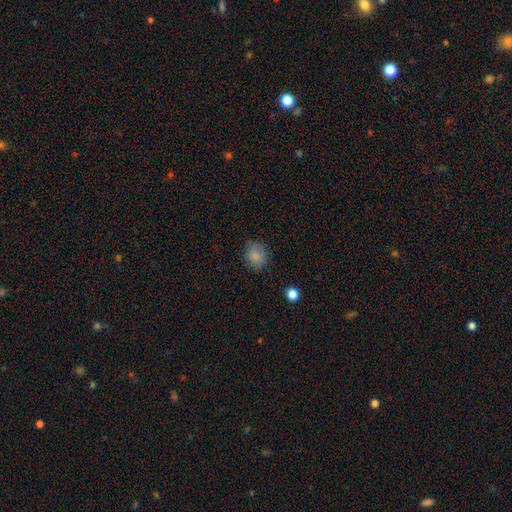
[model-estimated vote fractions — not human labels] Q: Smooth or featured?
A: smooth (83%); runner-up: star or artifact (10%)
Q: How rounded?
A: round (69%); runner-up: in between (30%)
Q: Merging?
A: none (79%); runner-up: minor disturbance (15%)